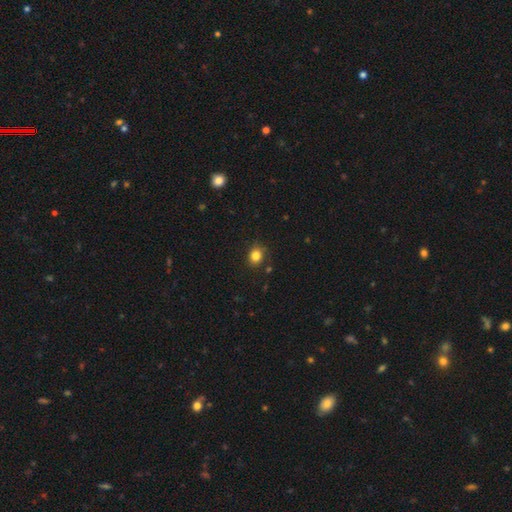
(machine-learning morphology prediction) Smooth or featured? Predicted: smooth (p=0.83). How rounded? Predicted: round (p=0.65). Merging? Predicted: none (p=0.84).